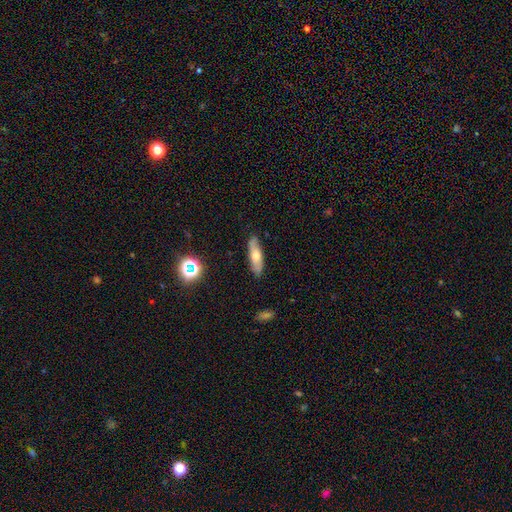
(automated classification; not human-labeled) The model was most divided on "how rounded": cigar-shaped: 55%, in between: 42%, round: 3%. More confident: merging — none (85%); smooth or featured — smooth (56%).